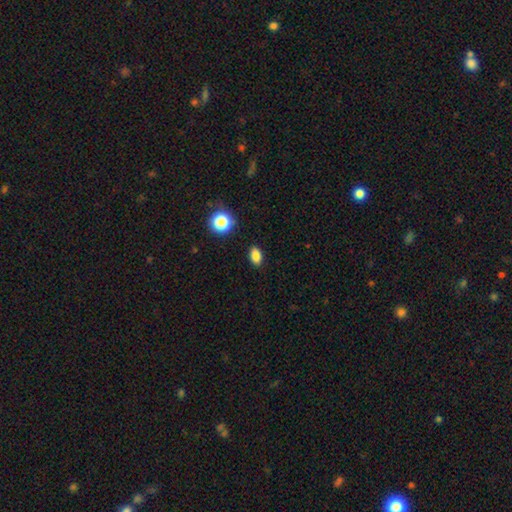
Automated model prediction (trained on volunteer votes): Morphology: type=smooth (84%); roundness=in between (84%); merging=none (89%).